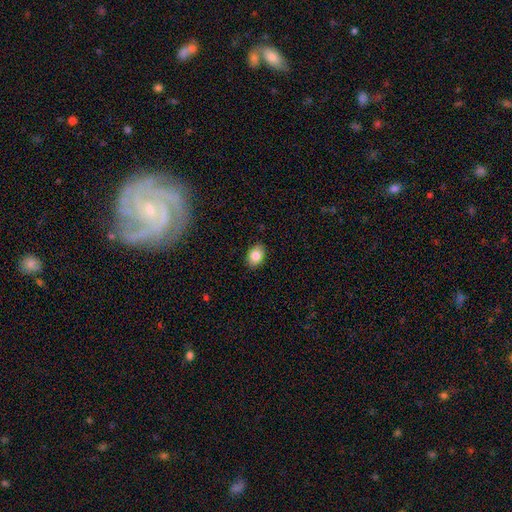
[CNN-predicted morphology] Smooth or featured? Predicted: smooth (p=0.84). How rounded? Predicted: in between (p=0.79). Merging? Predicted: none (p=0.88).